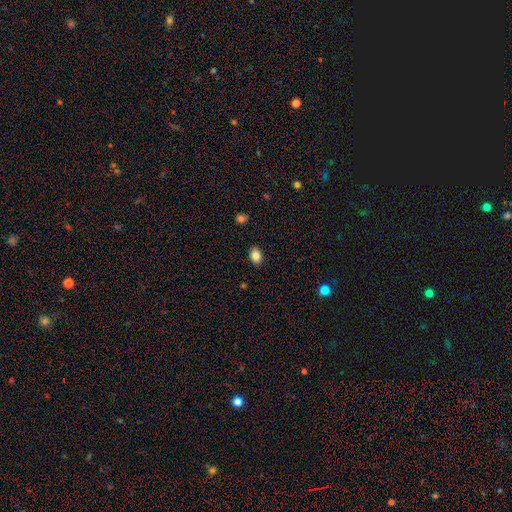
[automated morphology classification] Smooth or featured? smooth (83%)
How rounded? in between (75%)
Merging? none (88%)